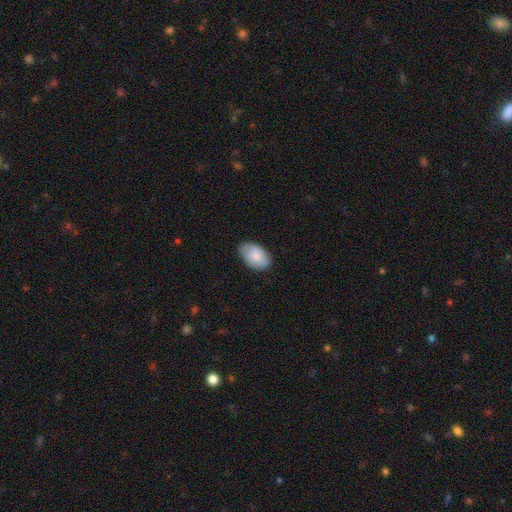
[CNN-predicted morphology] This appears to be a smooth galaxy with no disk features (84%) that is in between round and cigar-shaped (92%). Merging: none (80%).